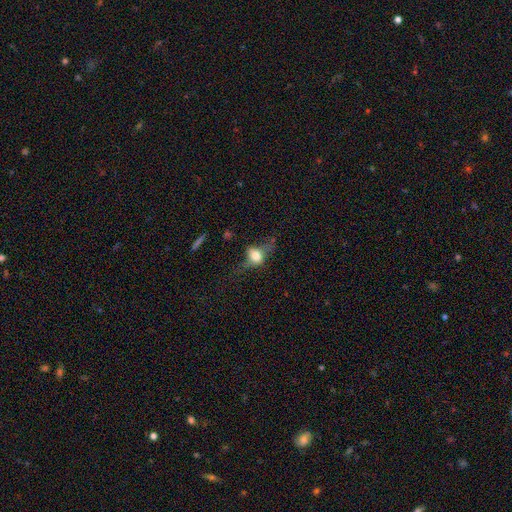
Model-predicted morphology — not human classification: Smooth or featured? smooth (49%)
Merging? none (43%)